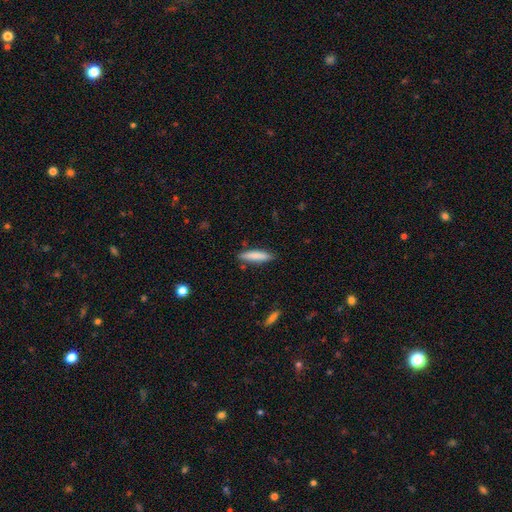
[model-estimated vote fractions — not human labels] Smooth or featured? smooth (83%)
How rounded? cigar-shaped (78%)
Merging? none (84%)